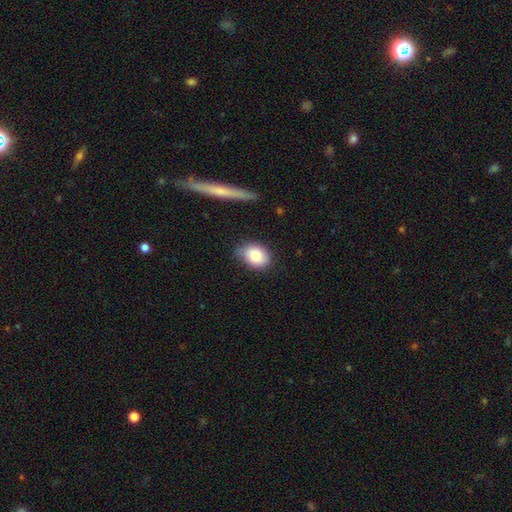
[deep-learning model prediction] Smooth or featured: smooth — 82% (featured or disk — 11%)
How rounded: in between — 64% (round — 34%)
Merging: none — 72% (minor disturbance — 22%)